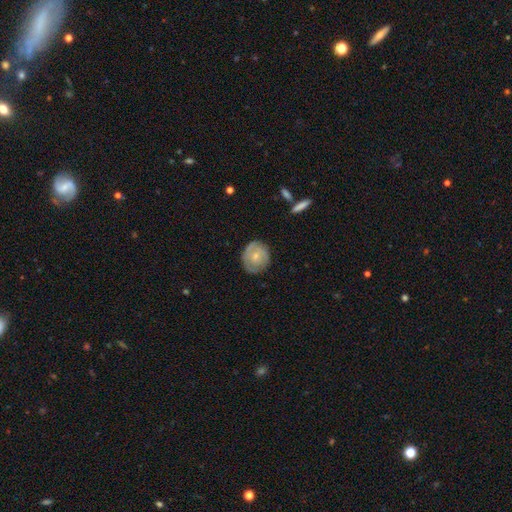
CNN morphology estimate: smooth_or_featured: featured or disk (p=0.50) [alt: smooth p=0.44]
disk_edge_on: no (p=0.96) [alt: yes p=0.04]
merging: none (p=0.77) [alt: minor disturbance p=0.18]